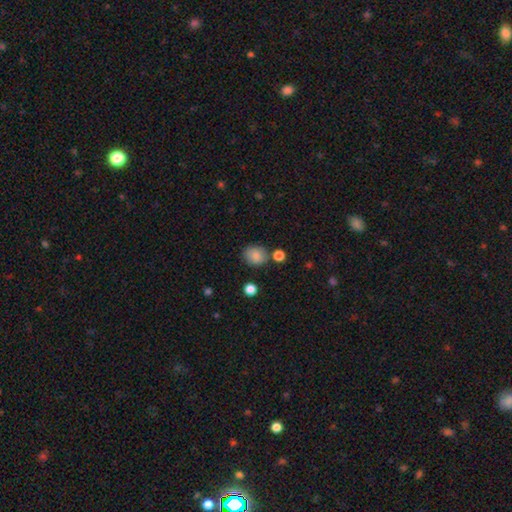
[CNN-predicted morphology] Smooth or featured?
  - smooth: 84% *
  - star or artifact: 9%
  - featured or disk: 6%
How rounded?
  - round: 62% *
  - in between: 37%
  - cigar-shaped: 1%
Merging?
  - none: 75% *
  - minor disturbance: 13%
  - merger: 8%
  - major disturbance: 4%